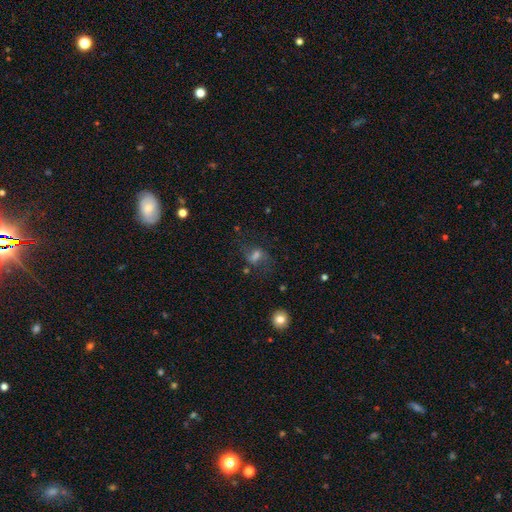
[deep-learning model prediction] A featured or disk galaxy (41%). Merging: none (57%).